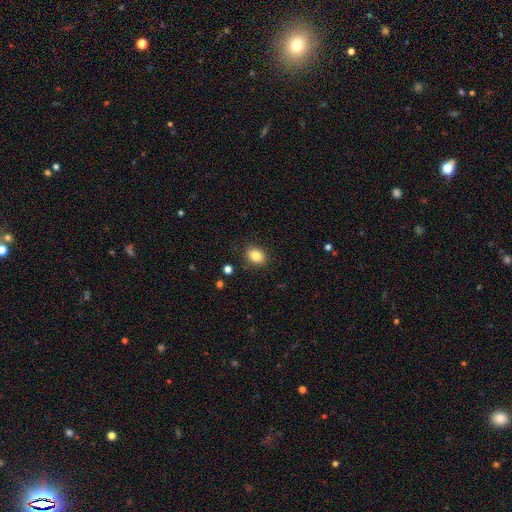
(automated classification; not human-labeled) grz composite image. It shows a smooth galaxy with no disk features (84%) that is in between round and cigar-shaped (57%). Merging: none (87%).